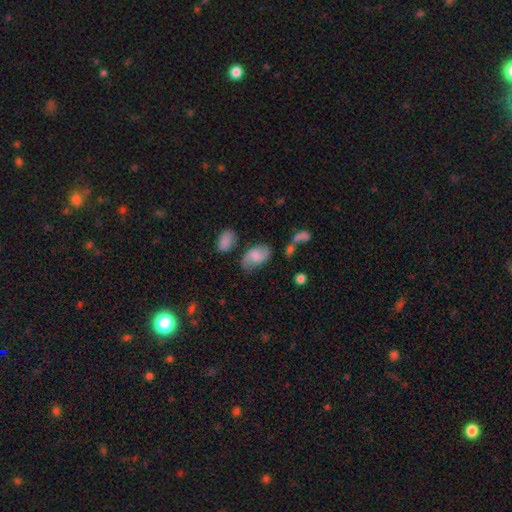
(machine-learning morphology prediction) A smooth galaxy with no disk features (46%).

Vote fractions:
- Smooth or featured? smooth: 46% / featured or disk: 45% / star or artifact: 9%
- Merging? none: 64% / minor disturbance: 22% / major disturbance: 8% / merger: 7%